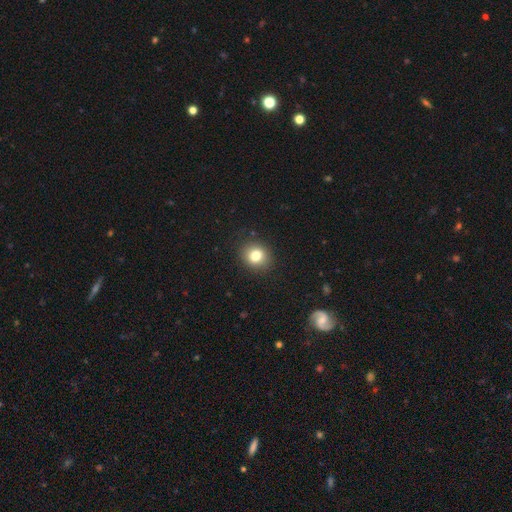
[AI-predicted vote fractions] Morphology: type=smooth (80%); roundness=round (80%); merging=none (90%).